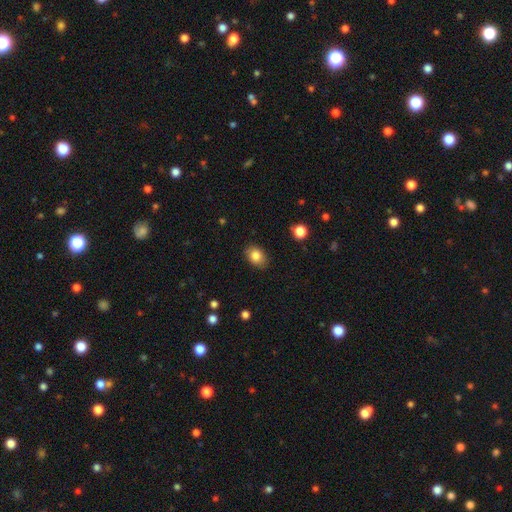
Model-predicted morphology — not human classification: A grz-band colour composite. It shows a smooth galaxy with no disk features (84%) that is in between round and cigar-shaped (72%). Merging: none (84%).